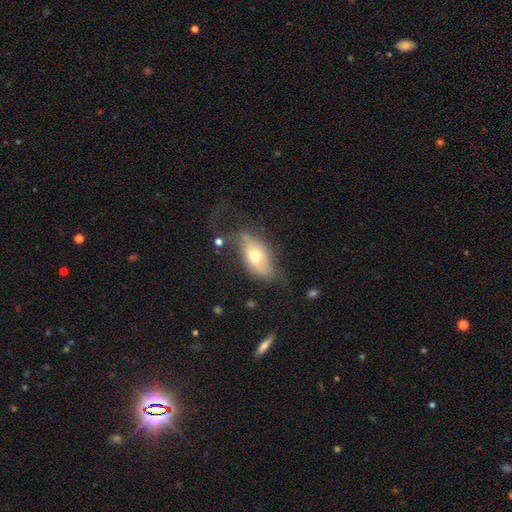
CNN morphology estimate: This appears to be a smooth galaxy with no disk features (54%) that is in between round and cigar-shaped (87%). Merging: none (45%).